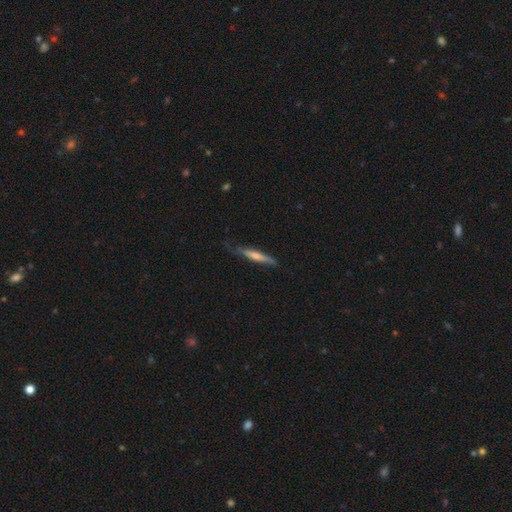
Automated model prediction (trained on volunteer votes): smooth 47% (tied), featured or disk 47% (tied), star or artifact 6%. Down the decision tree: merging — none (67%).